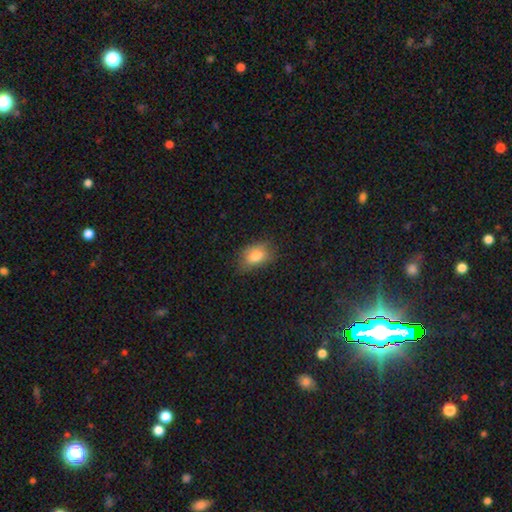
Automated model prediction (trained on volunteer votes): A smooth galaxy with no disk features (81%) that is in between round and cigar-shaped (84%).

Vote fractions:
- Smooth or featured? smooth: 81% / featured or disk: 10% / star or artifact: 9%
- How rounded? in between: 84% / round: 14% / cigar-shaped: 2%
- Merging? none: 69% / minor disturbance: 23% / major disturbance: 6% / merger: 1%